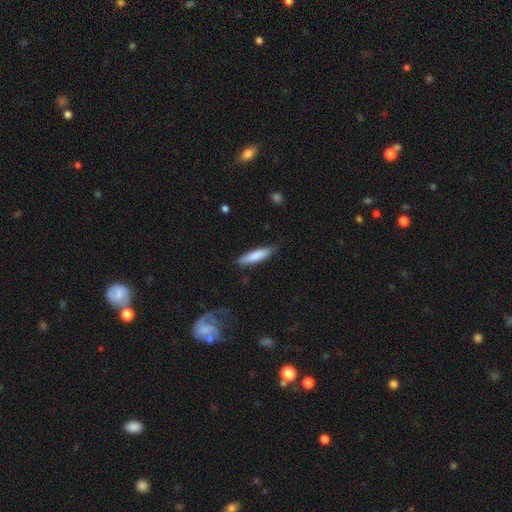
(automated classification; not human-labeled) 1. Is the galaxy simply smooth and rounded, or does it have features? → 83% smooth, 12% featured or disk, 5% star or artifact.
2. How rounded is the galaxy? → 74% cigar-shaped, 25% in between, 1% round.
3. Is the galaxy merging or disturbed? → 83% none, 14% minor disturbance, 3% major disturbance, 1% merger.